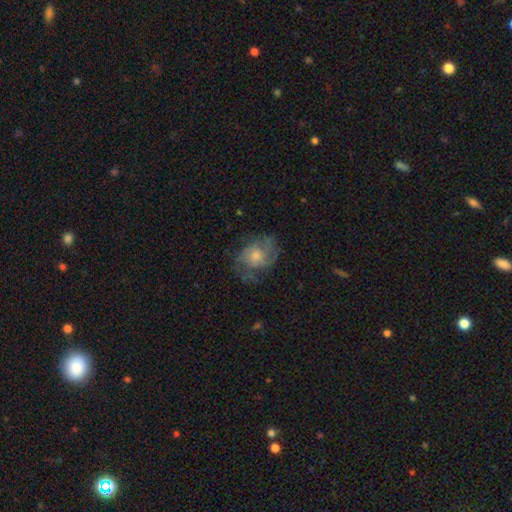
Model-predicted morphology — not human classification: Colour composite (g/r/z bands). It shows a featured or disk galaxy (61%) with no bar (78%), spiral arms (79%) and a moderate central bulge (54%). Merging: none (62%).